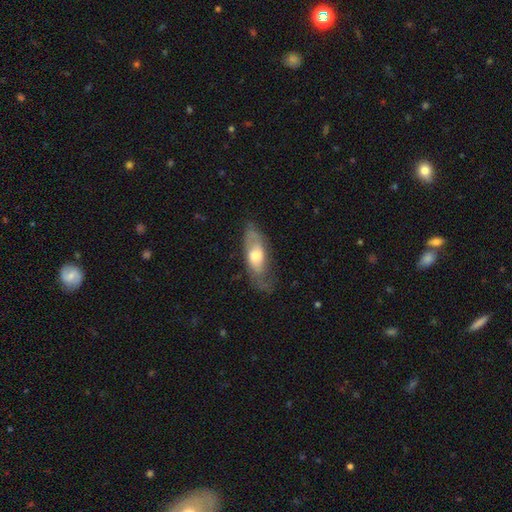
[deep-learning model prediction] The model was most divided on "smooth or featured" (2-way tie): smooth: 47%, featured or disk: 47%, star or artifact: 6%. More confident: merging — none (56%).